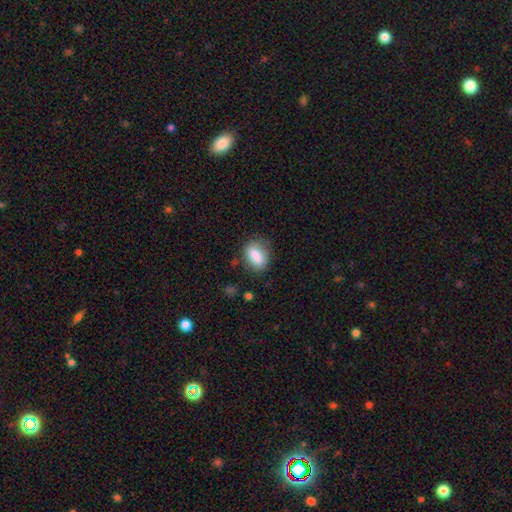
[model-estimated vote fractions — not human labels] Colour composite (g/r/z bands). It shows a smooth galaxy with no disk features (83%) that is in between round and cigar-shaped (78%). Merging: none (75%).